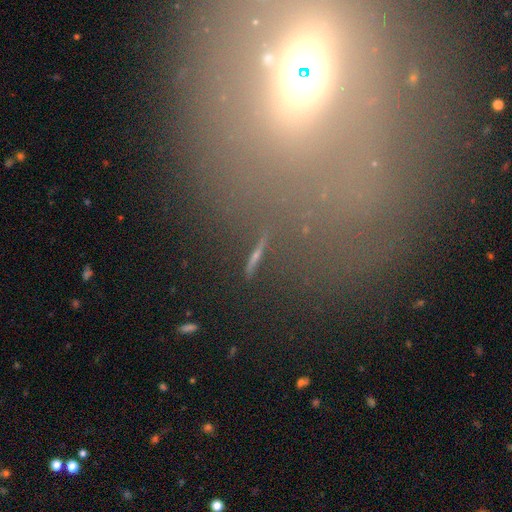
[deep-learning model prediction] Smooth or featured? Predicted: star or artifact (p=0.55).